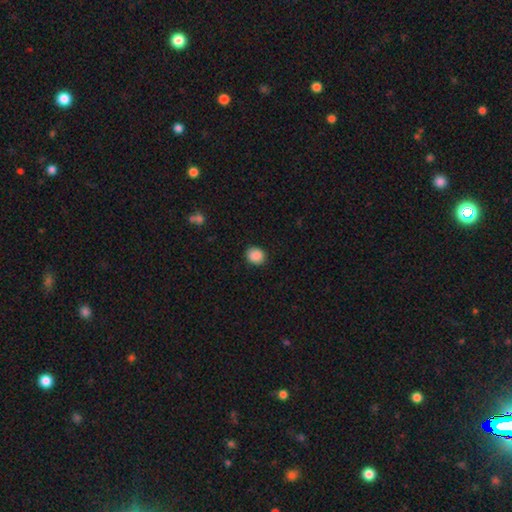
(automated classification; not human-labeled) This is clearly a smooth galaxy (89%). How rounded: likely round (72%). Merging: clearly none (89%).